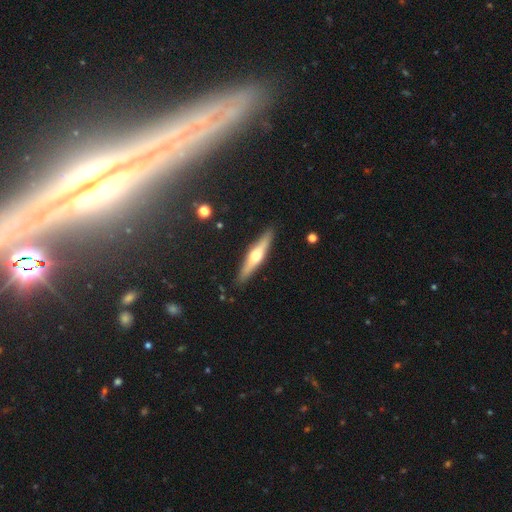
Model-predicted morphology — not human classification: A featured or disk galaxy (59%) viewed edge-on (95%) with a rounded central bulge (90%).

Vote fractions:
- Smooth or featured? featured or disk: 59% / smooth: 36% / star or artifact: 6%
- Edge-on disk? yes: 95% / no: 5%
- Edge-on bulge? rounded: 90% / none: 5% / boxy: 4%
- Merging? none: 90% / minor disturbance: 8% / major disturbance: 2% / merger: 1%